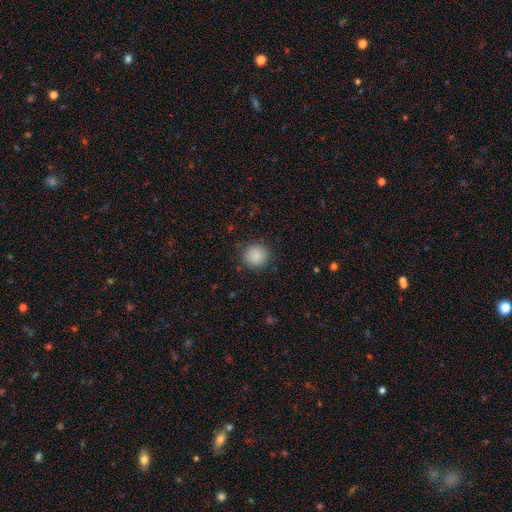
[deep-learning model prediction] This is clearly a smooth galaxy (88%). How rounded: clearly round (92%). Merging: clearly none (88%).